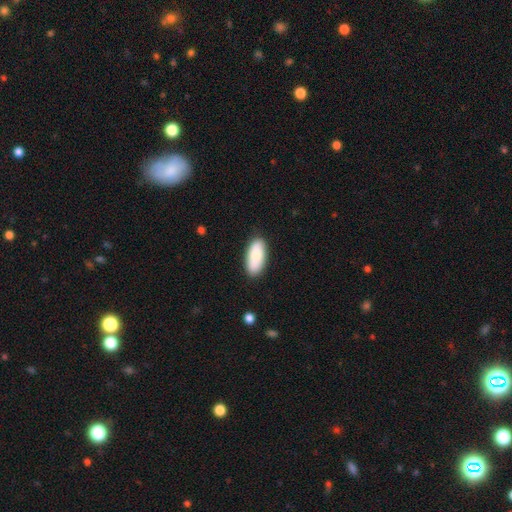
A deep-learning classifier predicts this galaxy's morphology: The model was most divided on "smooth or featured": smooth: 83%, featured or disk: 12%, star or artifact: 6%. More confident: how rounded — in between (87%); merging — none (86%).